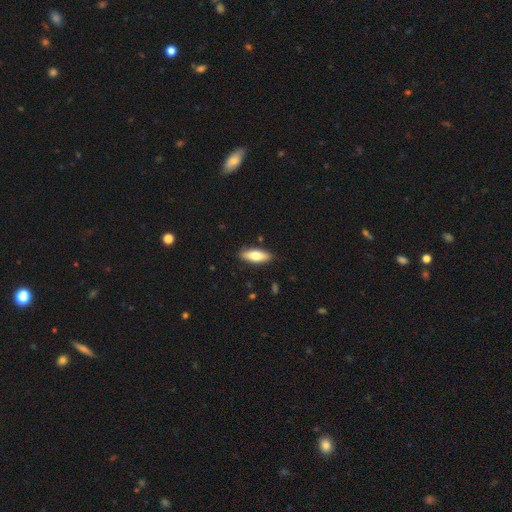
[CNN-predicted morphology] The model was most divided on "how rounded": in between: 67%, cigar-shaped: 30%, round: 2%. More confident: merging — none (88%); smooth or featured — smooth (73%).